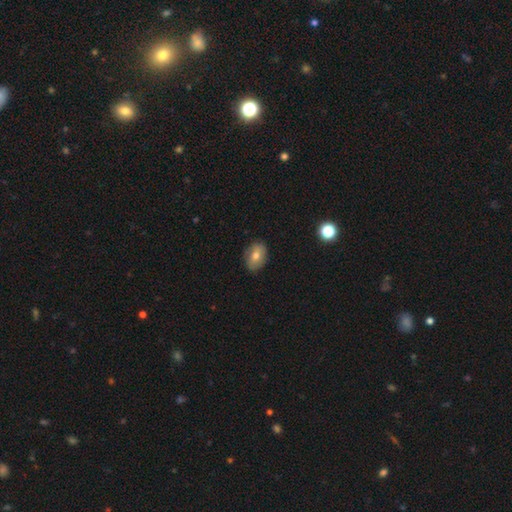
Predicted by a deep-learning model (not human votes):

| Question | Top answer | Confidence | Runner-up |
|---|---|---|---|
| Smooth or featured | smooth | 69% | featured or disk (22%) |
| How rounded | in between | 74% | round (24%) |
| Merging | none | 85% | minor disturbance (12%) |